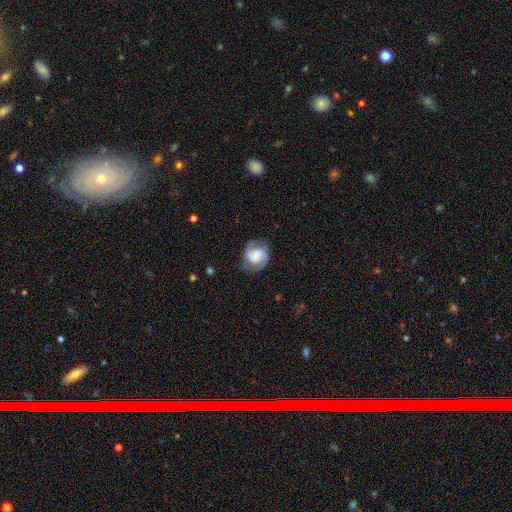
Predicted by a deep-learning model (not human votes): smooth-or-featured: featured or disk: 73% | smooth: 20% | star or artifact: 7%
  disk-edge-on: no: 98% | yes: 2%
    bar: weak: 46% | no: 34% | strong: 20%
    has-spiral-arms: yes: 93% | no: 7%
      spiral-winding: medium: 48% | tight: 34% | loose: 18%
      spiral-arm-count: 2: 85% | can't tell: 6% | 1: 3% | 3: 3% | 4: 1% | more than 4: 1%
    bulge-size: none: 26% (tied) | small: 26% (tied) | moderate: 25% | large: 19% | dominant: 4%
  merging: none: 72% | minor disturbance: 18% | major disturbance: 9% | merger: 2%